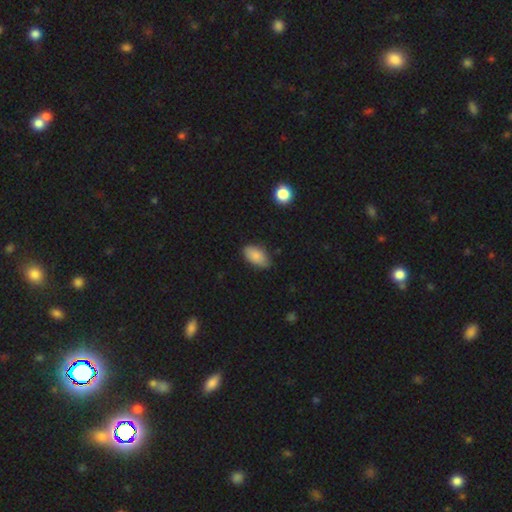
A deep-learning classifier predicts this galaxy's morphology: Overall: smooth (85%). How rounded: in between (93%). Merging: none (80%).